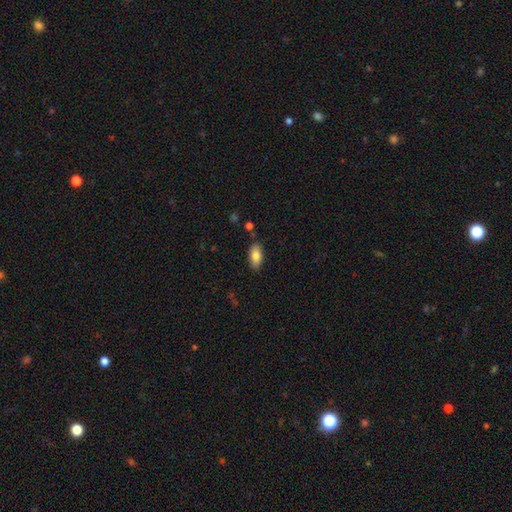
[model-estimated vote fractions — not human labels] A smooth galaxy with no disk features (83%) that is in between round and cigar-shaped (90%). Merging: none (84%).